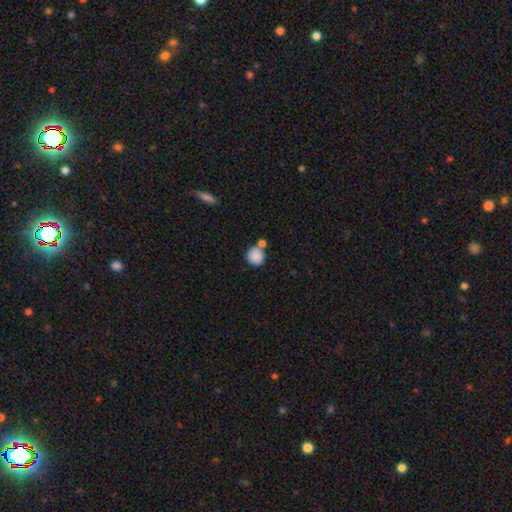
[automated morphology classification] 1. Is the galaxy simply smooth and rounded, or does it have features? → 87% smooth, 8% star or artifact, 5% featured or disk.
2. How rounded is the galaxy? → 88% round, 11% in between, 1% cigar-shaped.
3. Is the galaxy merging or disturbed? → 61% none, 25% merger, 11% minor disturbance, 3% major disturbance.